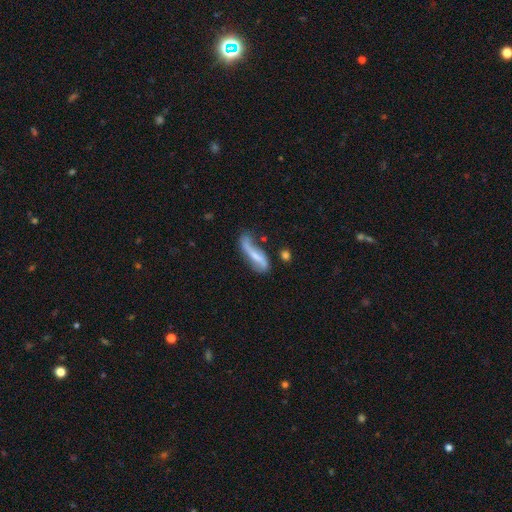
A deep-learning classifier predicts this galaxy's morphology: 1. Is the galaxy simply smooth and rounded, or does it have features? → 62% featured or disk, 31% smooth, 7% star or artifact.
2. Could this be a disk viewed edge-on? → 81% no, 19% yes.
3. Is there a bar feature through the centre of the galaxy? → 36% strong, 32% no, 32% weak.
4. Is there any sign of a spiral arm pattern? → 81% yes, 19% no.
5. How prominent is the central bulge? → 44% small, 29% none, 22% moderate, 3% large, 1% dominant.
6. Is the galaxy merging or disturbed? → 45% none, 29% minor disturbance, 18% major disturbance, 8% merger.